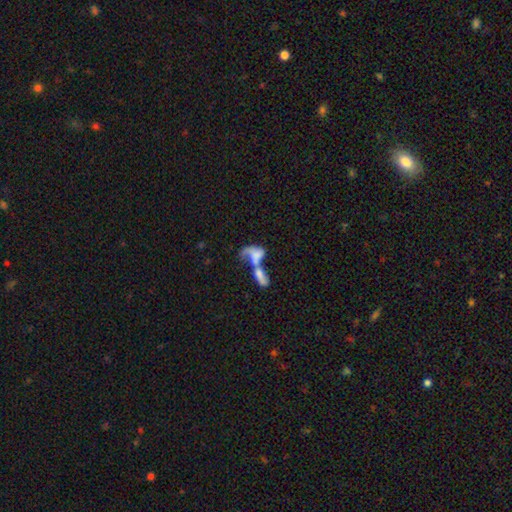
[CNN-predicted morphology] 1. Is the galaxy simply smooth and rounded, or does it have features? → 50% smooth, 40% featured or disk, 10% star or artifact.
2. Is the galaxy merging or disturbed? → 75% merger, 13% major disturbance, 8% none, 4% minor disturbance.